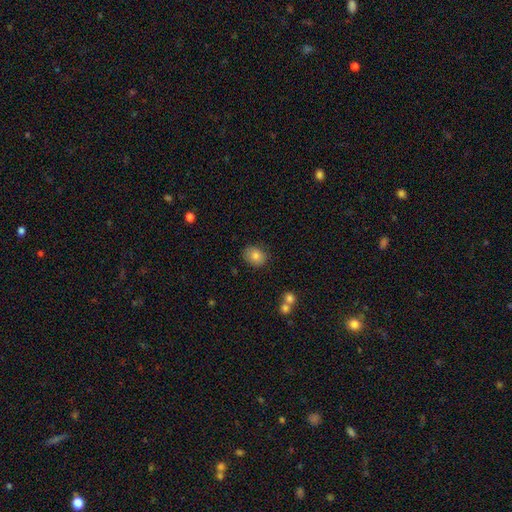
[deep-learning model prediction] Overall: smooth (82%). How rounded: round (50%; in between 49%). Merging: none (83%).